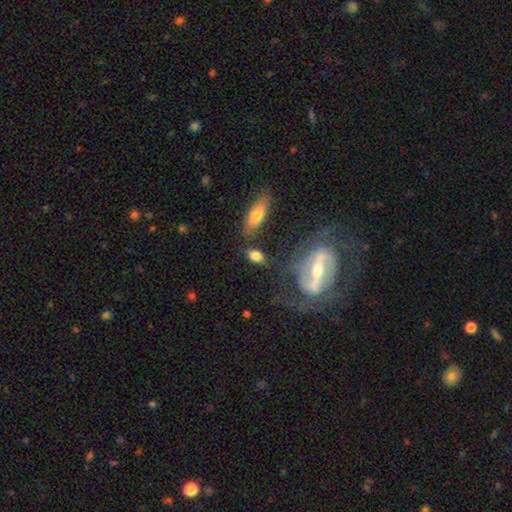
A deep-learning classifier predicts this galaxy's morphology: This appears to be a smooth galaxy with no disk features (73%) that is in between round and cigar-shaped (83%). Merging: none (65%).